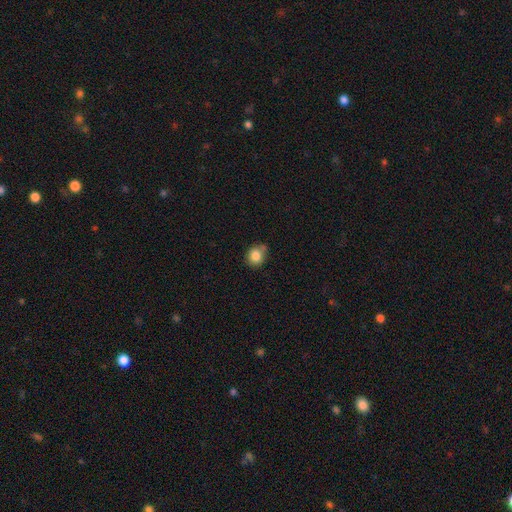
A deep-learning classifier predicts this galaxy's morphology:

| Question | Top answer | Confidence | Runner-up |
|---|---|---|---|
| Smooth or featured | smooth | 83% | star or artifact (10%) |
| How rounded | round | 72% | in between (27%) |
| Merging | none | 64% | minor disturbance (24%) |